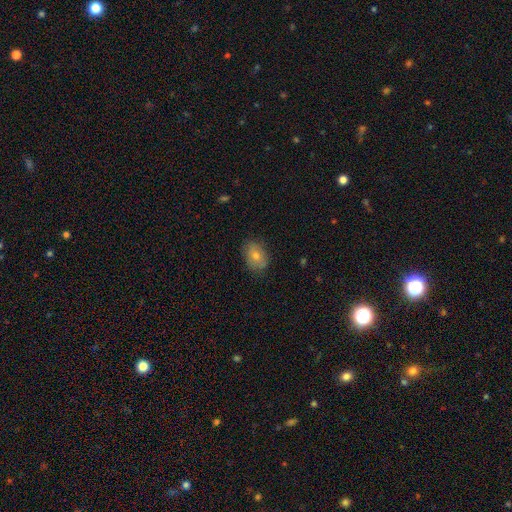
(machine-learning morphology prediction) Smooth or featured? smooth (65%)
How rounded? in between (75%)
Merging? none (81%)